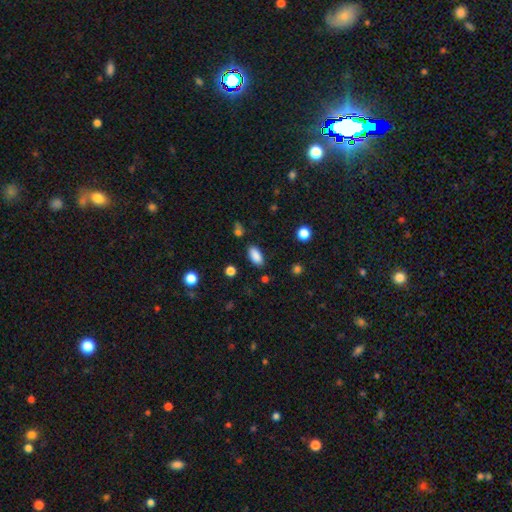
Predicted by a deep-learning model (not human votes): Smooth or featured: smooth — 87% (star or artifact — 8%)
How rounded: in between — 89% (cigar-shaped — 8%)
Merging: none — 85% (minor disturbance — 10%)